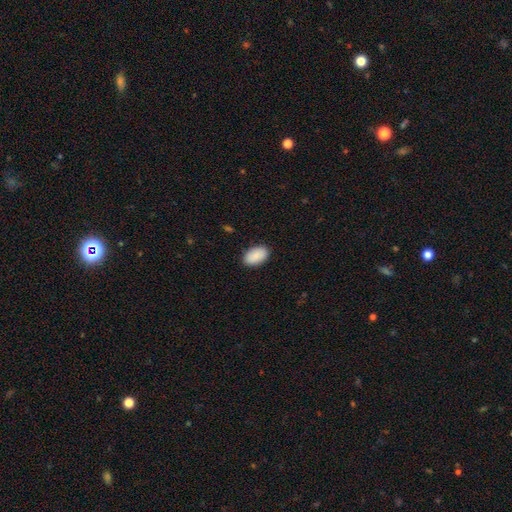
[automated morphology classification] Q: Smooth or featured?
A: smooth (91%); runner-up: star or artifact (6%)
Q: How rounded?
A: in between (94%); runner-up: round (5%)
Q: Merging?
A: none (89%); runner-up: minor disturbance (9%)